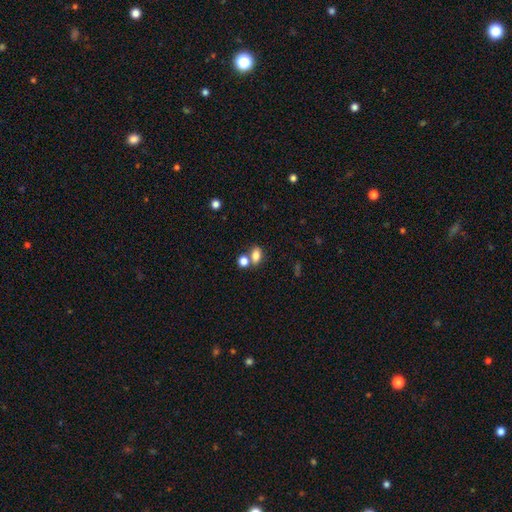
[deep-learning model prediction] This appears to be a smooth galaxy with no disk features (80%) that is in between round and cigar-shaped (77%). Merging: none (50%).